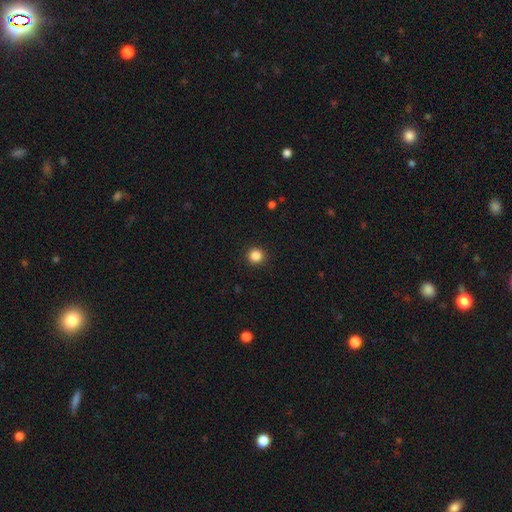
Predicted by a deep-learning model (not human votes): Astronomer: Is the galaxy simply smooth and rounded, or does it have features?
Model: smooth — 85%.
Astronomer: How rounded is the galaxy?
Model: round — 94%.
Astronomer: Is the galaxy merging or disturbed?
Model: none — 93%.